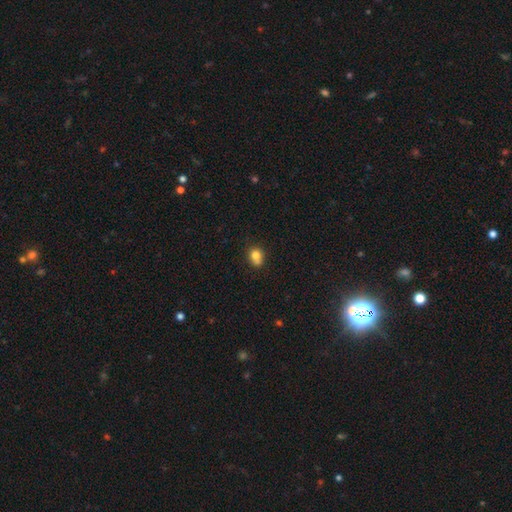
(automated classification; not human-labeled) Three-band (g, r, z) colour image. It shows a smooth galaxy with no disk features (77%) that is round (65%). Merging: none (49%).